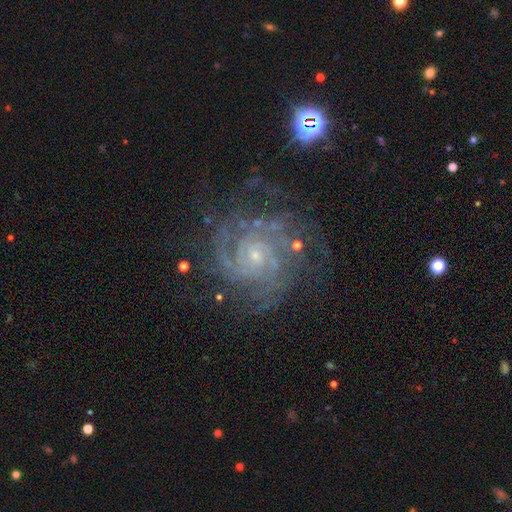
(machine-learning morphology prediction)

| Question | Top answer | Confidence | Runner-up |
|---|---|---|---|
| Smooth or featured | featured or disk | 88% | star or artifact (8%) |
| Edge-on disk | no | 98% | yes (2%) |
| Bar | no | 69% | weak (25%) |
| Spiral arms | yes | 98% | no (2%) |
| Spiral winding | tight | 69% | medium (27%) |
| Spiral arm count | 2 | 28% | can't tell (22%) |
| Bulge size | small | 78% | moderate (16%) |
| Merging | none | 71% | minor disturbance (17%) |